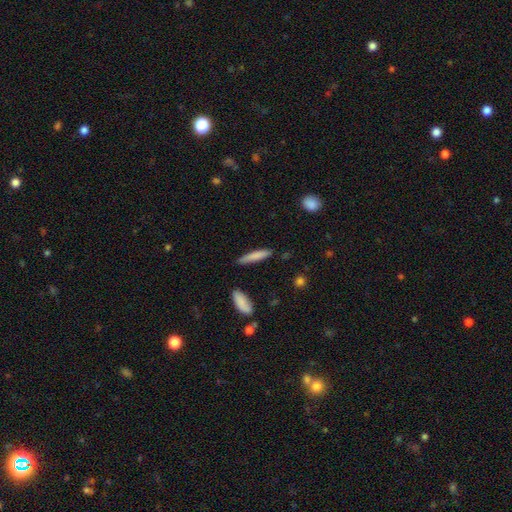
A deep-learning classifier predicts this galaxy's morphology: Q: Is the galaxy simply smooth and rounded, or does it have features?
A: smooth — 79%.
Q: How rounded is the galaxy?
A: cigar-shaped — 87%.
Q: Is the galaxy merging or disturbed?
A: none — 85%.